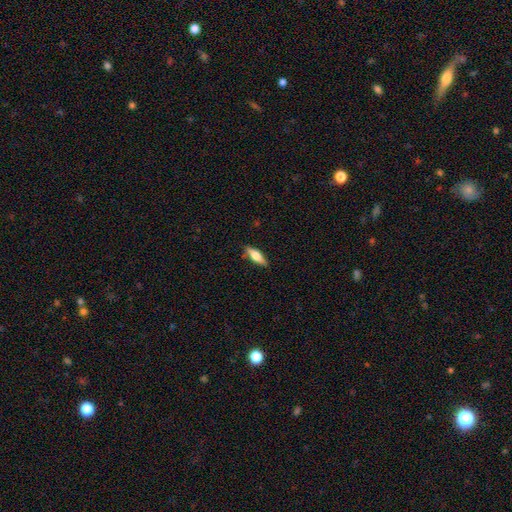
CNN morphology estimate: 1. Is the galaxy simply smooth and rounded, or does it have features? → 57% smooth, 37% featured or disk, 6% star or artifact.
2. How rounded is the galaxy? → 51% in between, 47% cigar-shaped, 3% round.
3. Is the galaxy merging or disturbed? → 84% none, 12% minor disturbance, 2% major disturbance, 1% merger.